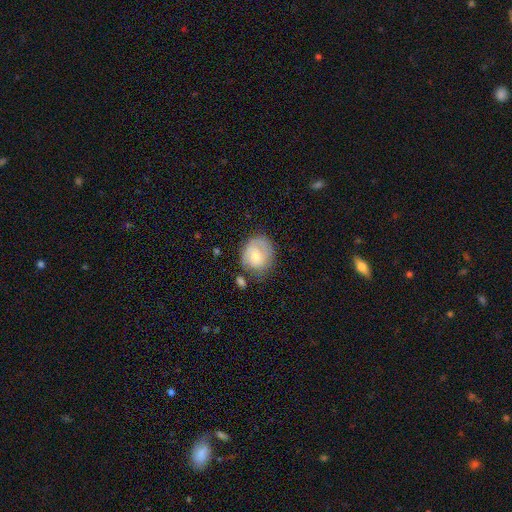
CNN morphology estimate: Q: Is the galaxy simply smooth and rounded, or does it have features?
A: smooth — 54%.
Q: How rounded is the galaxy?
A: round — 60%.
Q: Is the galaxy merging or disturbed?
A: none — 55%.